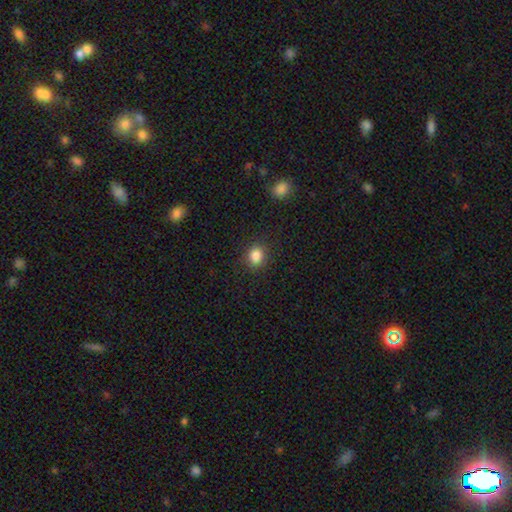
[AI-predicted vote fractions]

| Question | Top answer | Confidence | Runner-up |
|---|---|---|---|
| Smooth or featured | smooth | 85% | star or artifact (11%) |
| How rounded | round | 66% | in between (33%) |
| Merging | none | 88% | minor disturbance (8%) |